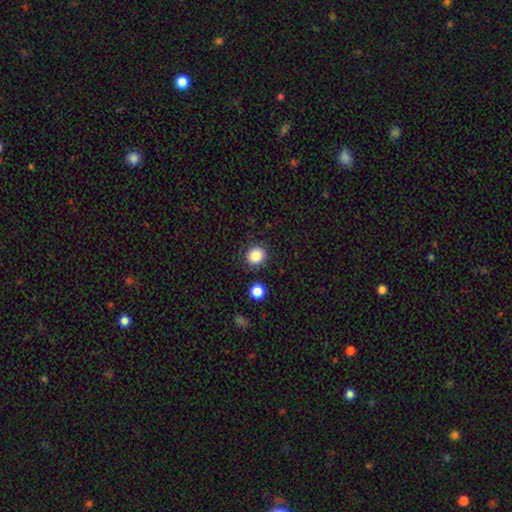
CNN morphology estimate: smooth_or_featured: smooth (p=0.86) [alt: star or artifact p=0.10]
how_rounded: round (p=0.87) [alt: in between p=0.12]
merging: none (p=0.86) [alt: minor disturbance p=0.08]